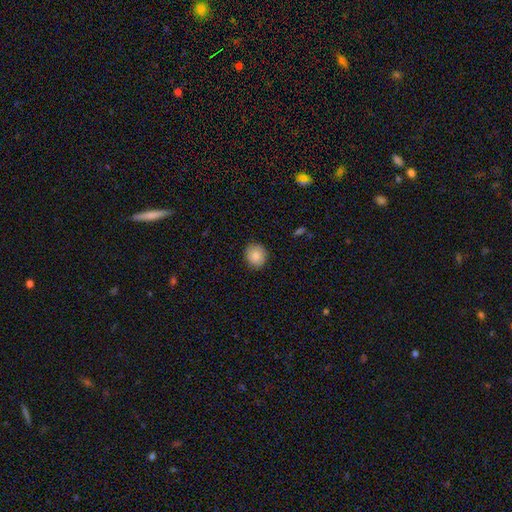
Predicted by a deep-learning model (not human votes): Smooth or featured?
  - smooth: 88% *
  - star or artifact: 8%
  - featured or disk: 5%
How rounded?
  - round: 85% *
  - in between: 14%
  - cigar-shaped: 1%
Merging?
  - none: 88% *
  - minor disturbance: 9%
  - major disturbance: 2%
  - merger: 1%